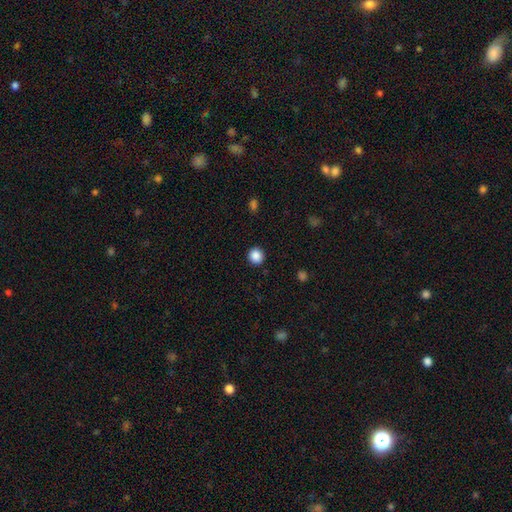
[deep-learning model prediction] A smooth galaxy with no disk features (88%) that is round (91%). Merging: none (92%).